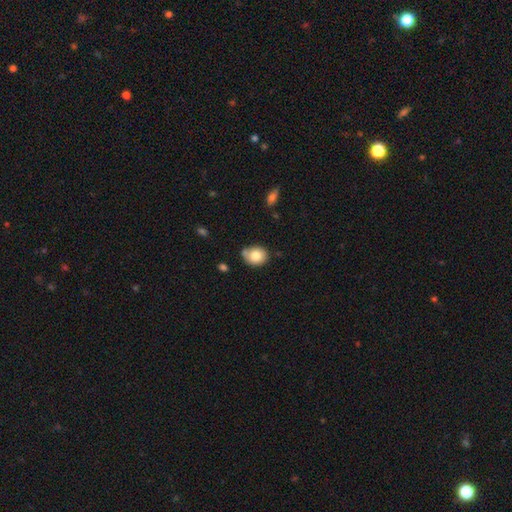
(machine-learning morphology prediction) A smooth galaxy with no disk features (80%) that is round (60%).

Vote fractions:
- Smooth or featured? smooth: 80% / featured or disk: 11% / star or artifact: 9%
- How rounded? round: 60% / in between: 39% / cigar-shaped: 1%
- Merging? none: 66% / minor disturbance: 20% / merger: 10% / major disturbance: 4%